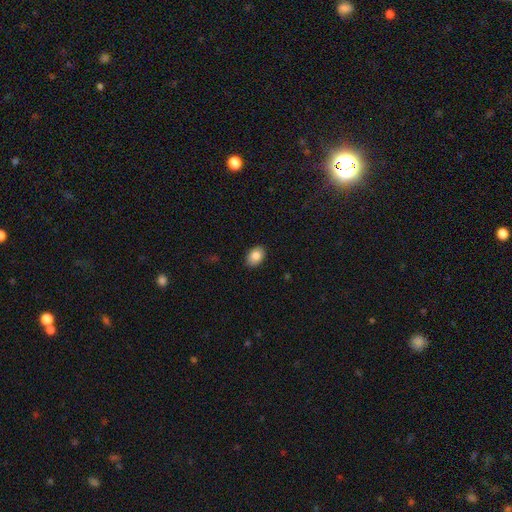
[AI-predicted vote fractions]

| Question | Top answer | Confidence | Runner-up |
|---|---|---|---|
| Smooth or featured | smooth | 85% | star or artifact (8%) |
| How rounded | in between | 78% | round (21%) |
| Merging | none | 89% | minor disturbance (8%) |